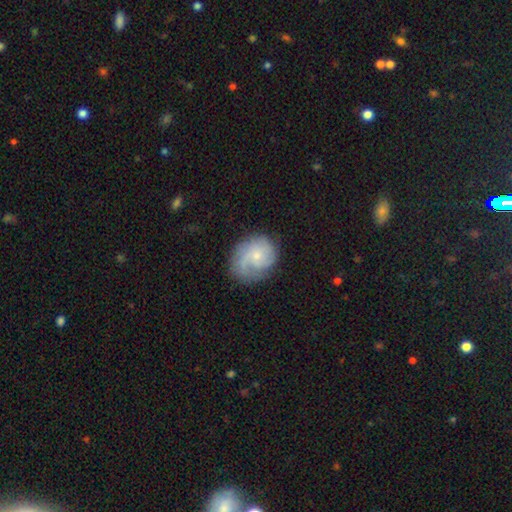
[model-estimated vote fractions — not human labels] Smooth or featured?
  - featured or disk: 61% *
  - smooth: 32%
  - star or artifact: 7%
Edge-on disk?
  - no: 98% *
  - yes: 2%
Bar?
  - no: 71% *
  - weak: 26%
  - strong: 3%
Spiral arms?
  - yes: 89% *
  - no: 11%
Spiral winding?
  - medium: 42% *
  - tight: 34%
  - loose: 24%
Spiral arm count?
  - 2: 32% *
  - can't tell: 24%
  - 3: 20%
  - 1: 17%
  - 4: 4%
  - more than 4: 3%
Bulge size?
  - small: 64% *
  - moderate: 27%
  - none: 6%
  - large: 2%
  - dominant: 1%
Merging?
  - none: 63% *
  - minor disturbance: 22%
  - major disturbance: 13%
  - merger: 2%